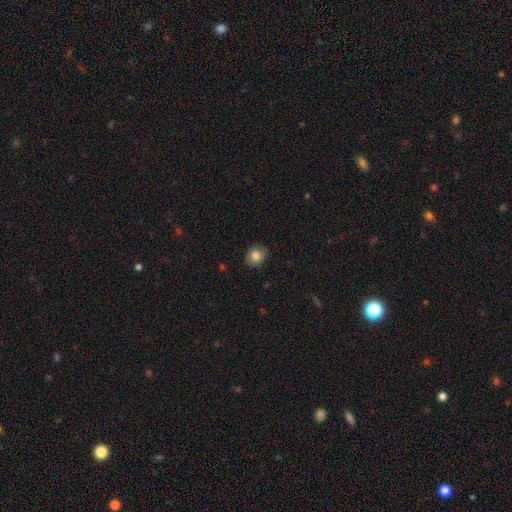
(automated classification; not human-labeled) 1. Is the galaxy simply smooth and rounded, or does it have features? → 83% smooth, 9% star or artifact, 8% featured or disk.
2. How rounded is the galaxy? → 64% round, 35% in between, 1% cigar-shaped.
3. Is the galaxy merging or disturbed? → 86% none, 11% minor disturbance, 2% major disturbance, 1% merger.